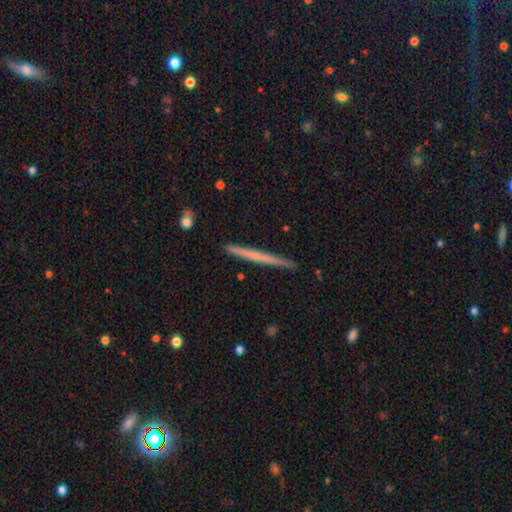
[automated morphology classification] Q: Smooth or featured?
A: smooth (49%); runner-up: featured or disk (46%)
Q: Merging?
A: none (91%); runner-up: minor disturbance (6%)